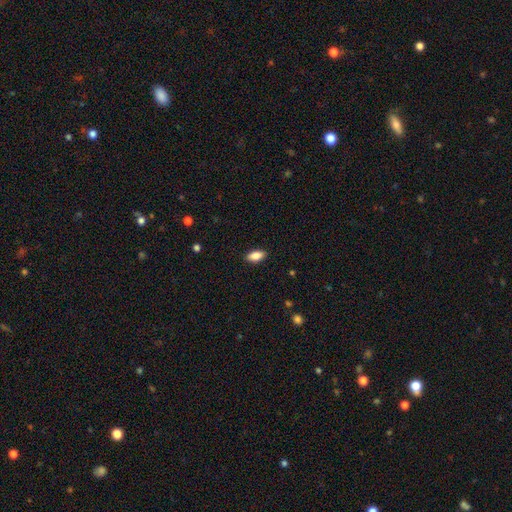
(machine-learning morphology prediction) Overall: smooth (86%). How rounded: in between (90%). Merging: none (89%).